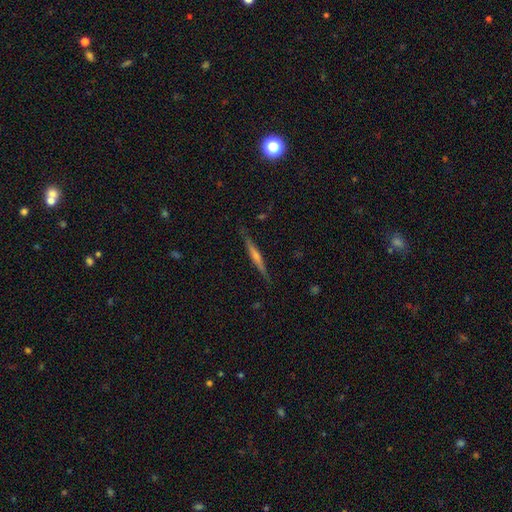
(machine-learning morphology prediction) smooth-or-featured: featured or disk: 65% | smooth: 28% | star or artifact: 7%
  disk-edge-on: yes: 97% | no: 3%
    edge-on-bulge: rounded: 56% | none: 33% | boxy: 11%
  merging: none: 88% | minor disturbance: 9% | major disturbance: 2% | merger: 1%